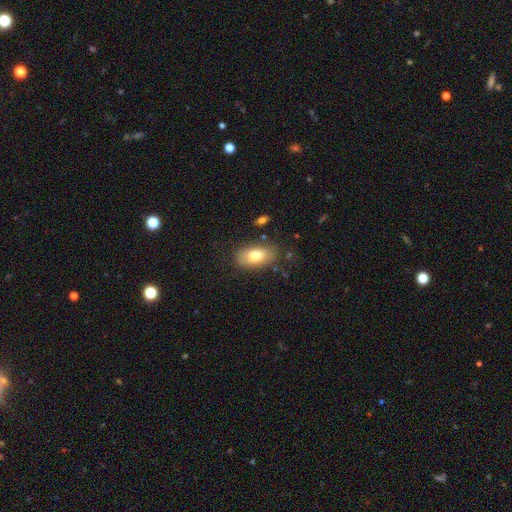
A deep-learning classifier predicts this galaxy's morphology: A smooth galaxy with no disk features (76%) that is in between round and cigar-shaped (91%).

Vote fractions:
- Smooth or featured? smooth: 76% / featured or disk: 16% / star or artifact: 7%
- How rounded? in between: 91% / round: 6% / cigar-shaped: 3%
- Merging? none: 80% / minor disturbance: 14% / major disturbance: 4% / merger: 2%